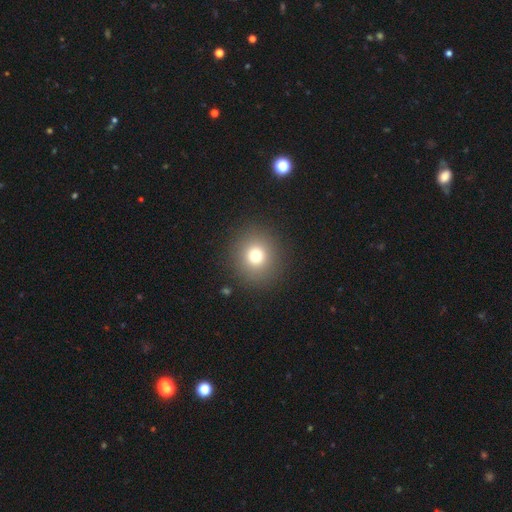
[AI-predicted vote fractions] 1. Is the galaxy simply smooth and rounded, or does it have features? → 77% smooth, 14% star or artifact, 9% featured or disk.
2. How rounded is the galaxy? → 90% round, 9% in between, 1% cigar-shaped.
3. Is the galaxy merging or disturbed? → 90% none, 6% minor disturbance, 3% major disturbance, 1% merger.